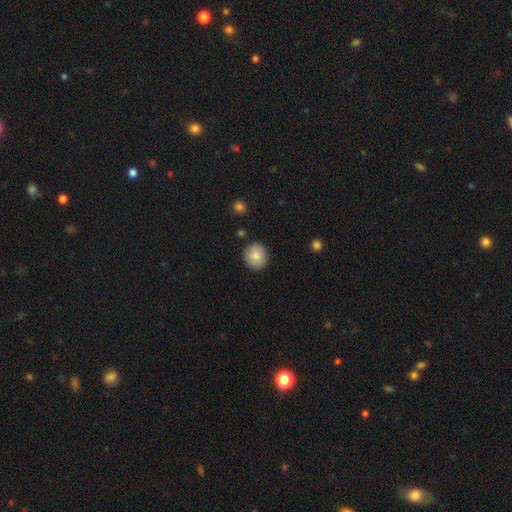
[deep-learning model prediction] Q: Smooth or featured?
A: smooth (86%); runner-up: star or artifact (7%)
Q: How rounded?
A: round (86%); runner-up: in between (13%)
Q: Merging?
A: none (89%); runner-up: minor disturbance (7%)